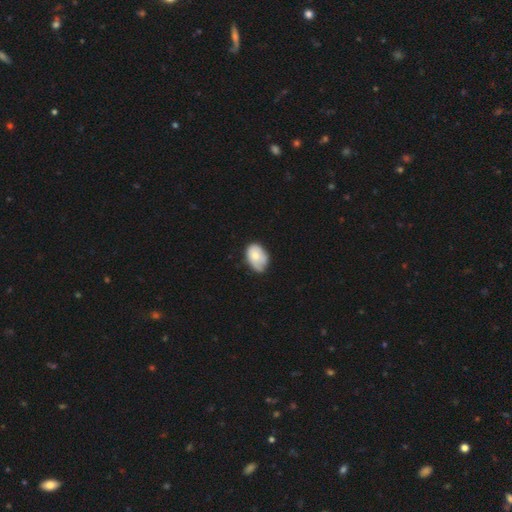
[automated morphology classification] smooth_or_featured: smooth (p=0.70) [alt: featured or disk p=0.23]
how_rounded: in between (p=0.85) [alt: round p=0.14]
merging: none (p=0.46) [alt: minor disturbance p=0.42]